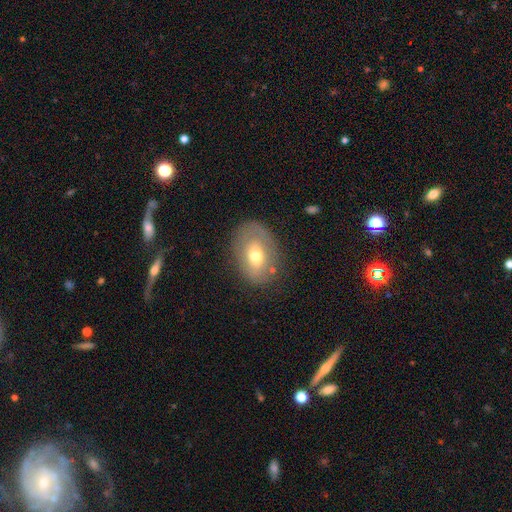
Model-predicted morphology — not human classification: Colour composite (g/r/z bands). It shows a smooth galaxy with no disk features (56%) that is in between round and cigar-shaped (76%). Merging: none (73%).